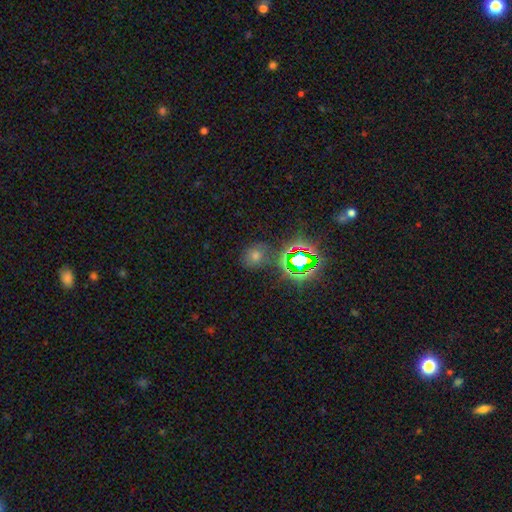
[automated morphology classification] Overall: smooth (47%; star or artifact 43%). Merging: none (76%).